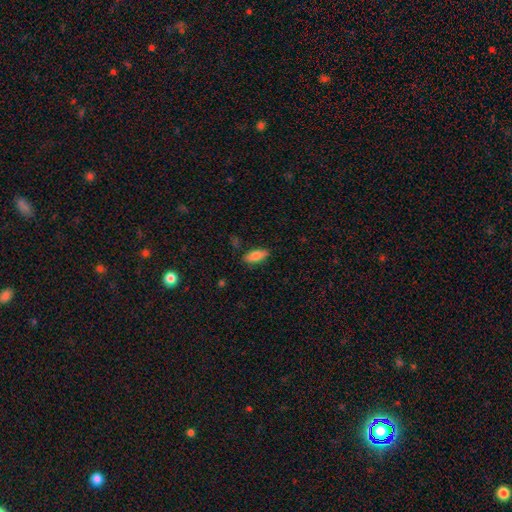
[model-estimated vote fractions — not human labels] Smooth or featured?
  - smooth: 84% *
  - featured or disk: 9%
  - star or artifact: 7%
How rounded?
  - in between: 77% *
  - cigar-shaped: 21%
  - round: 2%
Merging?
  - none: 83% *
  - minor disturbance: 12%
  - major disturbance: 3%
  - merger: 2%